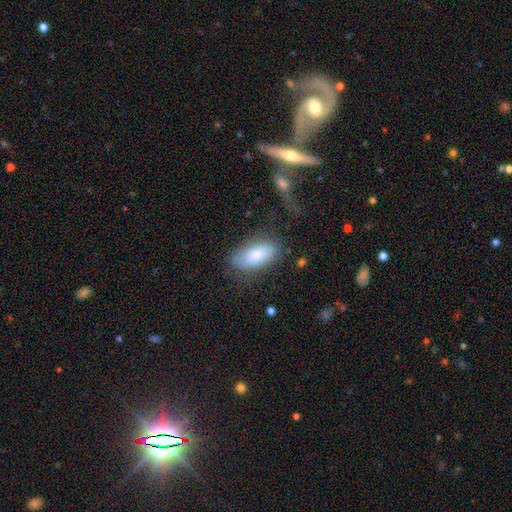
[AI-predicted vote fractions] Morphology: type=smooth (72%); roundness=in between (90%); merging=none (66%).